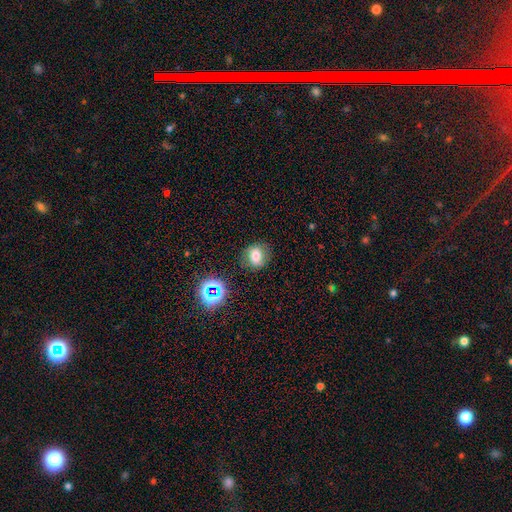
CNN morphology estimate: Q: Smooth or featured?
A: smooth (68%); runner-up: star or artifact (17%)
Q: How rounded?
A: round (64%); runner-up: in between (35%)
Q: Merging?
A: none (78%); runner-up: minor disturbance (15%)